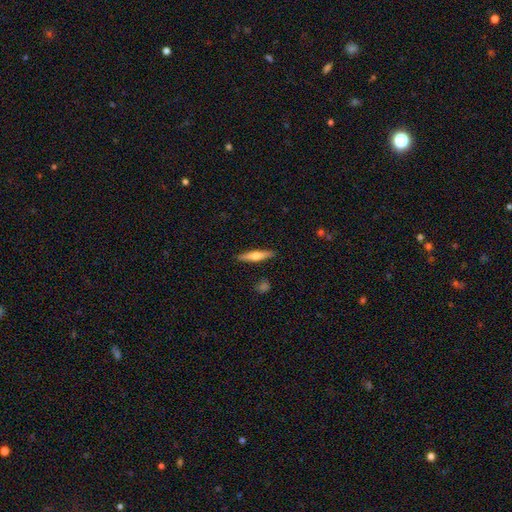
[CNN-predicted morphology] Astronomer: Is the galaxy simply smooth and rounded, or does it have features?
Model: smooth — 52% (runner-up: featured or disk, 42%).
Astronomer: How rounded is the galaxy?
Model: cigar-shaped — 85%.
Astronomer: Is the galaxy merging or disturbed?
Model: none — 90%.